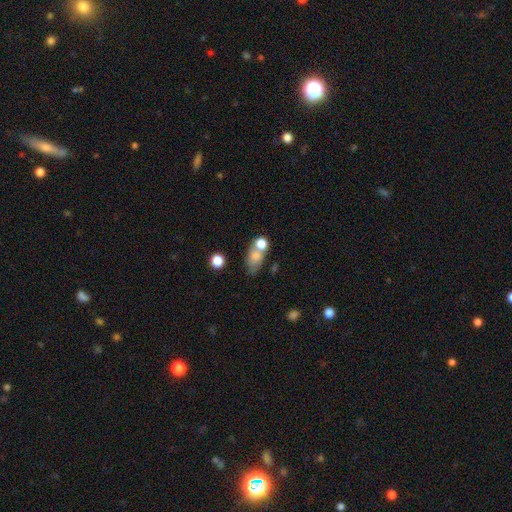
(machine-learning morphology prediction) Smooth or featured? smooth (73%)
How rounded? in between (69%)
Merging? none (38%)